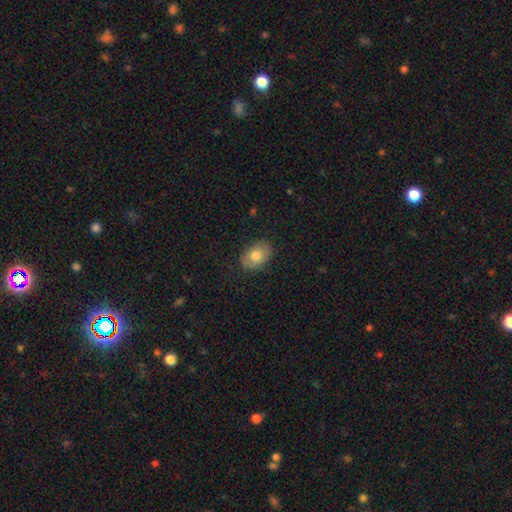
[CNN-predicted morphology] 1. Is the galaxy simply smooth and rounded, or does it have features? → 78% smooth, 14% featured or disk, 8% star or artifact.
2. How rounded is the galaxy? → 81% in between, 17% round, 1% cigar-shaped.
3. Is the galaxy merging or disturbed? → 85% none, 11% minor disturbance, 3% major disturbance, 1% merger.